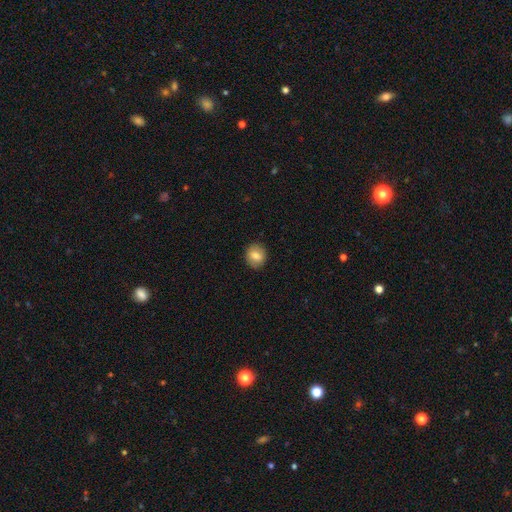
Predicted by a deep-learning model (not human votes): The model was most divided on "how rounded": round: 71%, in between: 28%, cigar-shaped: 1%. More confident: merging — none (87%); smooth or featured — smooth (78%).